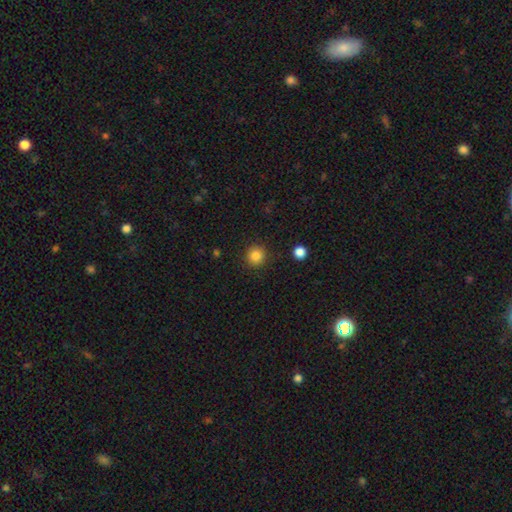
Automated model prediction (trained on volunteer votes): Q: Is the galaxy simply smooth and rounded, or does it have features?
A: smooth — 84%.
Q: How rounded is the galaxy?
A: round — 94%.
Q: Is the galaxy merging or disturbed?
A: none — 91%.